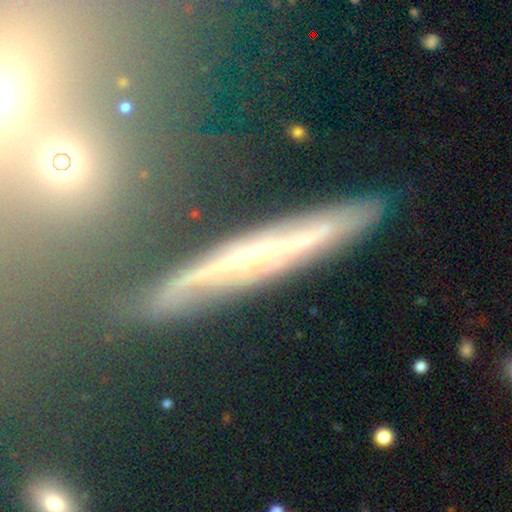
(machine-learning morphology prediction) Smooth or featured? featured or disk (73%)
Edge-on disk? yes (79%)
Edge-on bulge? rounded (51%)
Merging? none (69%)